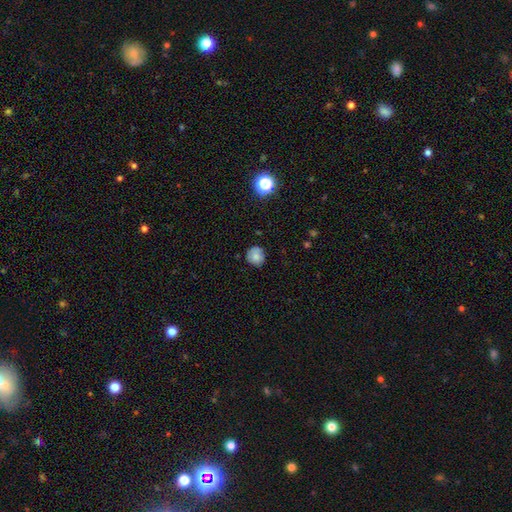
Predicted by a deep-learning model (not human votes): smooth_or_featured: smooth (p=0.77) [alt: featured or disk p=0.13]
how_rounded: round (p=0.87) [alt: in between p=0.12]
merging: none (p=0.76) [alt: minor disturbance p=0.19]